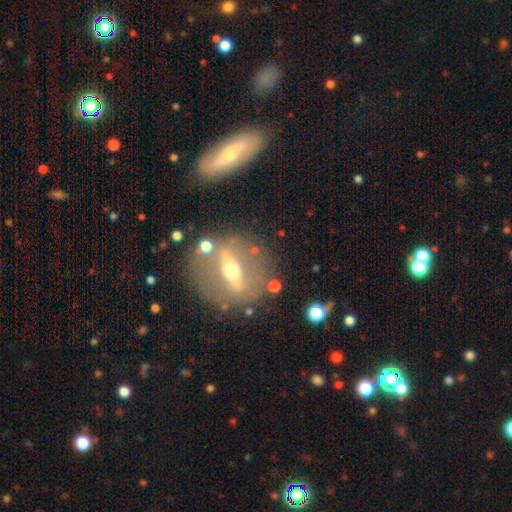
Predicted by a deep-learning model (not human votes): Overall: featured or disk (71%). Edge-on disk: yes (55%; no 45%). Merging: none (74%).